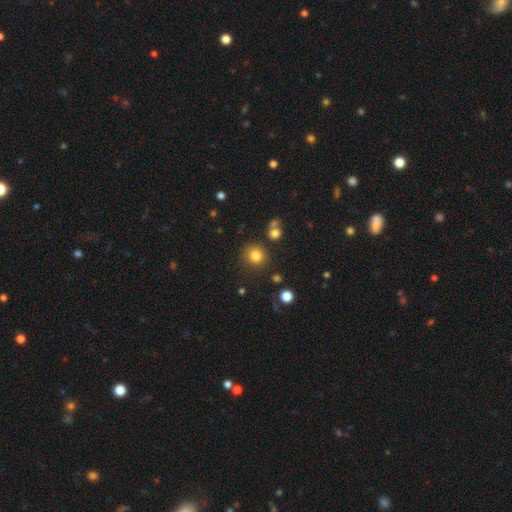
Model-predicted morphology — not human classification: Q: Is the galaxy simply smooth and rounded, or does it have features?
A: smooth — 81%.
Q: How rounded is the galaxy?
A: round — 90%.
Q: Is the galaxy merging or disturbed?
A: none — 82%.